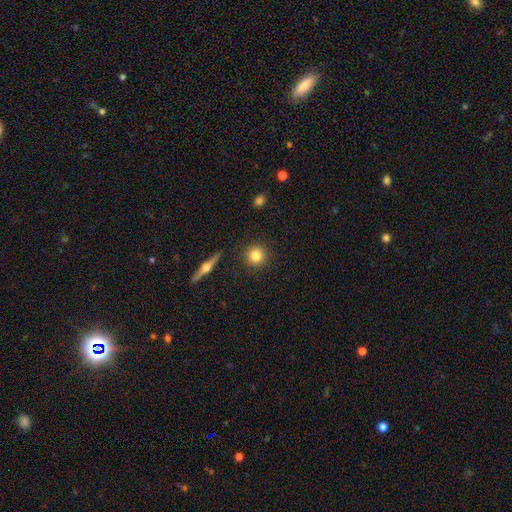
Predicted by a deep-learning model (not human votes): Smooth or featured? Predicted: smooth (p=0.81). How rounded? Predicted: round (p=0.94). Merging? Predicted: none (p=0.90).